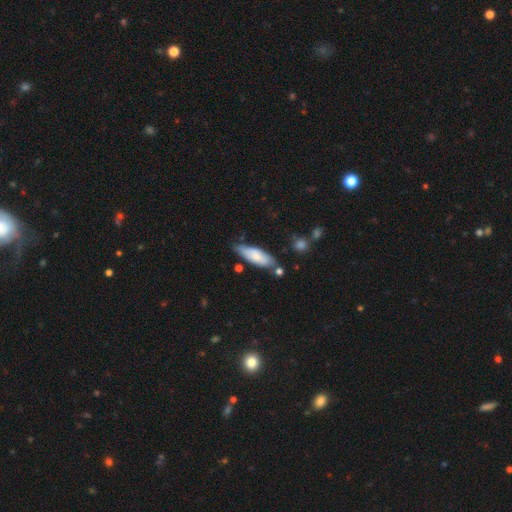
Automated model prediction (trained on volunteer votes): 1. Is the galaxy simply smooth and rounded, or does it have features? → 73% smooth, 21% featured or disk, 6% star or artifact.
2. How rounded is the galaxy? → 60% in between, 39% cigar-shaped, 2% round.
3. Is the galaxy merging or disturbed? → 66% none, 23% minor disturbance, 6% merger, 4% major disturbance.